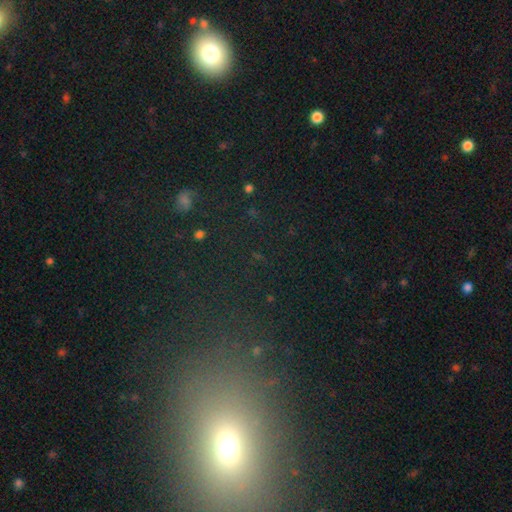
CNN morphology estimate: The model was most divided on "smooth or featured": star or artifact: 51%, smooth: 34%, featured or disk: 15%.